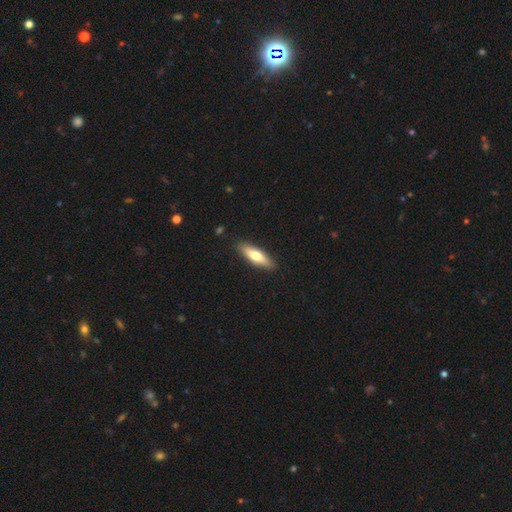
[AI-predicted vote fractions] smooth 66%, featured or disk 29%, star or artifact 5%. Down the decision tree: how rounded — cigar-shaped (58%); merging — none (88%).